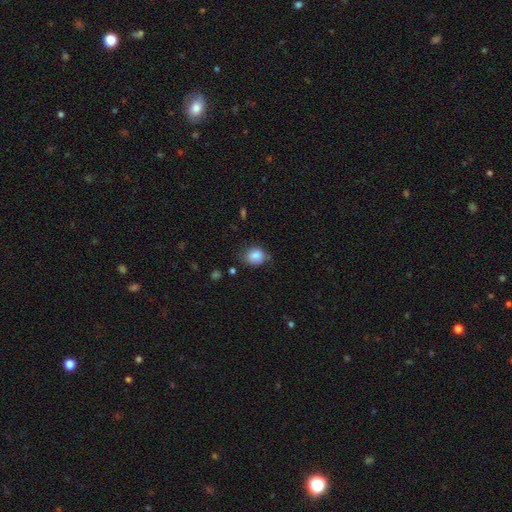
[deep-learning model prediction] A smooth galaxy with no disk features (85%) that is round (51%). Merging: none (65%).